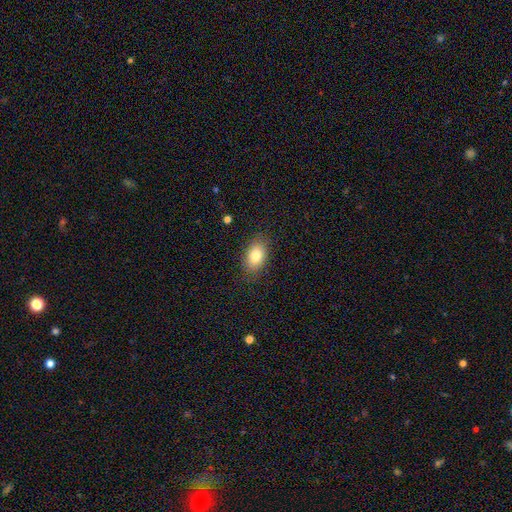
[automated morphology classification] Smooth or featured: smooth — 81% (featured or disk — 11%)
How rounded: in between — 90% (round — 8%)
Merging: none — 84% (minor disturbance — 12%)